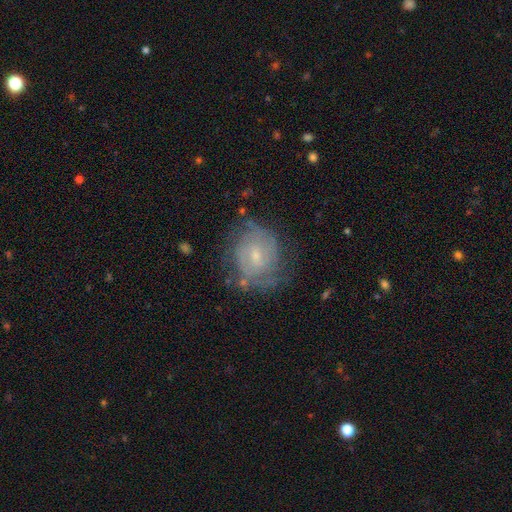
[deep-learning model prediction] Smooth or featured: featured or disk — 70% (smooth — 22%)
Edge-on disk: no — 97% (yes — 3%)
Bar: weak — 54% (no — 36%)
Spiral arms: yes — 83% (no — 17%)
Spiral winding: tight — 56% (medium — 34%)
Spiral arm count: 2 — 42% (can't tell — 39%)
Bulge size: small — 58% (moderate — 35%)
Merging: none — 66% (minor disturbance — 22%)